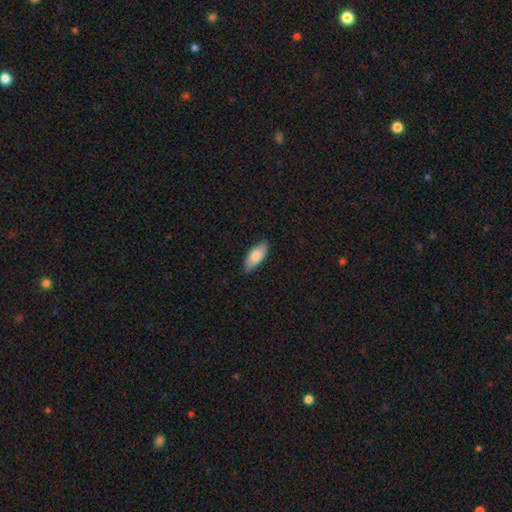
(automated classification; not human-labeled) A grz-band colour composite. It shows a smooth galaxy with no disk features (83%) that is in between round and cigar-shaped (82%). Merging: none (85%).